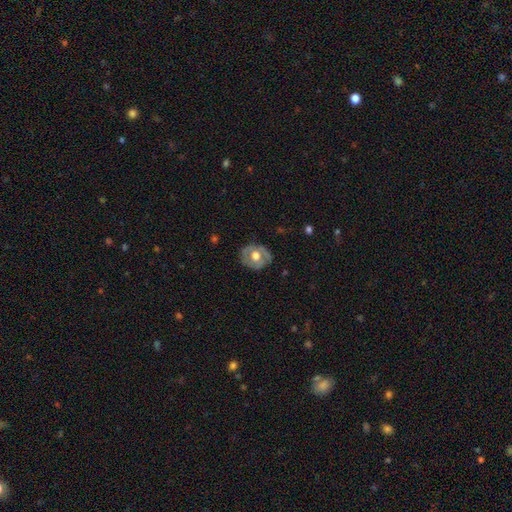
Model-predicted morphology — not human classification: featured or disk 57%, smooth 37%, star or artifact 7%. Down the decision tree: edge-on disk — no (95%); bar — no (78%); spiral arms — no (59%); bulge size — moderate (56%); merging — none (74%).